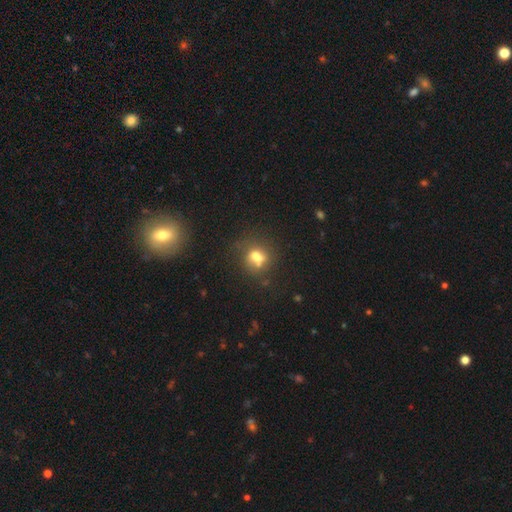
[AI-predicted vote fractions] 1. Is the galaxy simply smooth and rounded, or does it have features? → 63% smooth, 21% featured or disk, 16% star or artifact.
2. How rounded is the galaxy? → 61% round, 37% in between, 2% cigar-shaped.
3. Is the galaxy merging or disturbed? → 41% none, 39% merger, 13% minor disturbance, 7% major disturbance.